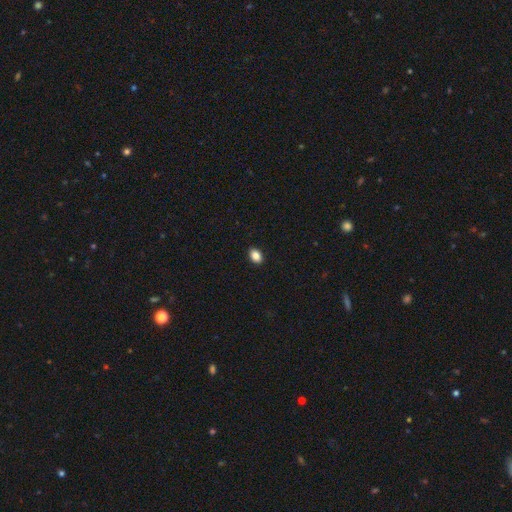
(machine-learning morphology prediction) Overall: smooth (87%). How rounded: in between (79%). Merging: none (91%).